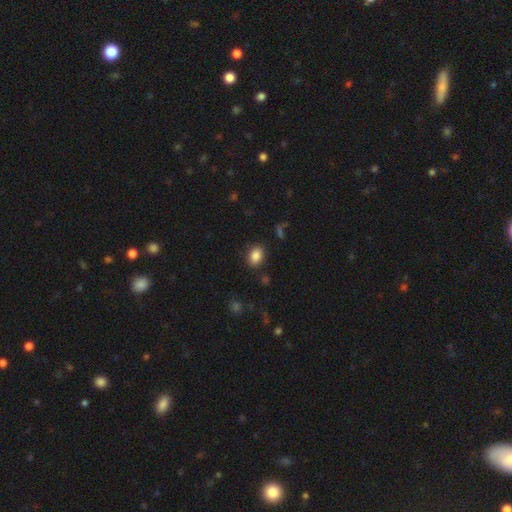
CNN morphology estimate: The model was most divided on "how rounded": in between: 76%, round: 22%, cigar-shaped: 1%. More confident: smooth or featured — smooth (86%); merging — none (85%).